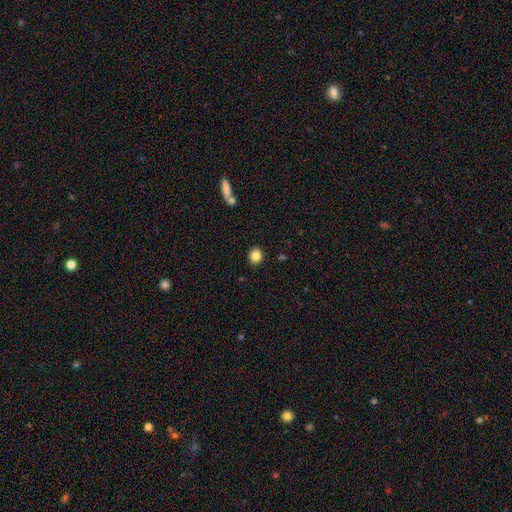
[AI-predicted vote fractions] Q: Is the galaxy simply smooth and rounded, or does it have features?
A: smooth — 85%.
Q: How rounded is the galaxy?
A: round — 80%.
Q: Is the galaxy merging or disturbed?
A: none — 90%.